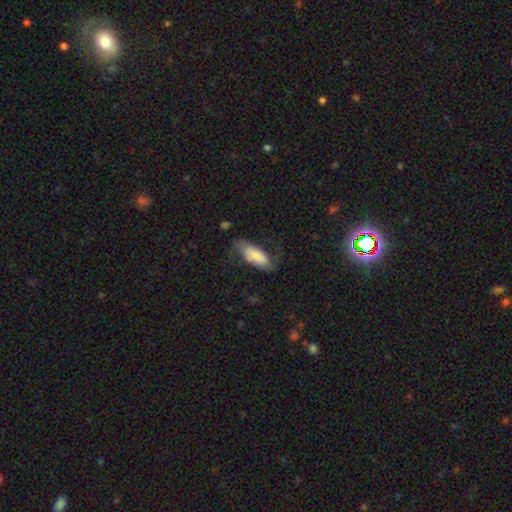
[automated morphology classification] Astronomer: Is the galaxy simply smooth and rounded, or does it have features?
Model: smooth — 65%.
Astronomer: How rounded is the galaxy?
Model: in between — 77%.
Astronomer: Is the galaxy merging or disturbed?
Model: none — 54%.